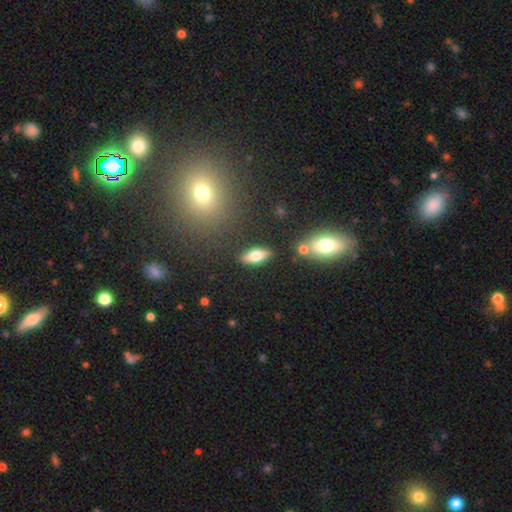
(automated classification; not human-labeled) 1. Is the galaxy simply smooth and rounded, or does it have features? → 67% smooth, 25% featured or disk, 8% star or artifact.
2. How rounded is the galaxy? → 75% in between, 21% cigar-shaped, 4% round.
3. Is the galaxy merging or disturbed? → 85% none, 9% minor disturbance, 3% merger, 2% major disturbance.